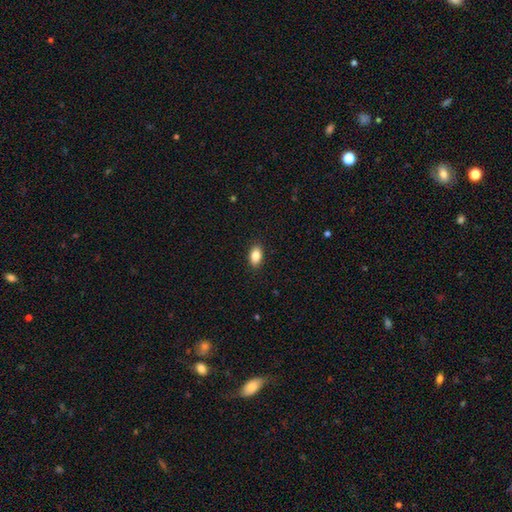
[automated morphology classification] This is clearly a smooth galaxy (85%). How rounded: clearly in between (89%). Merging: clearly none (89%).